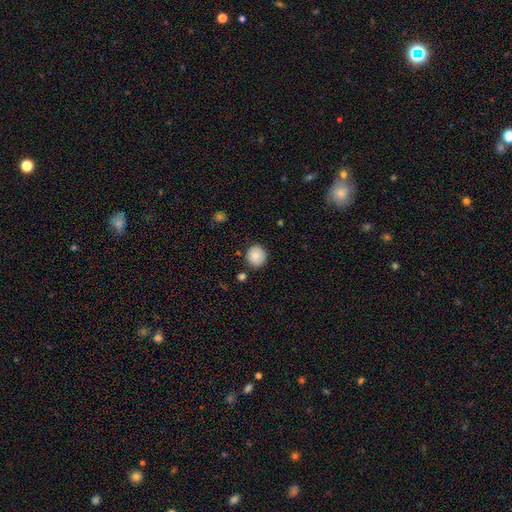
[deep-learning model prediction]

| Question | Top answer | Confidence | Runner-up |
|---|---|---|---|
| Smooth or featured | smooth | 86% | star or artifact (8%) |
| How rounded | round | 92% | in between (7%) |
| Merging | none | 86% | minor disturbance (9%) |